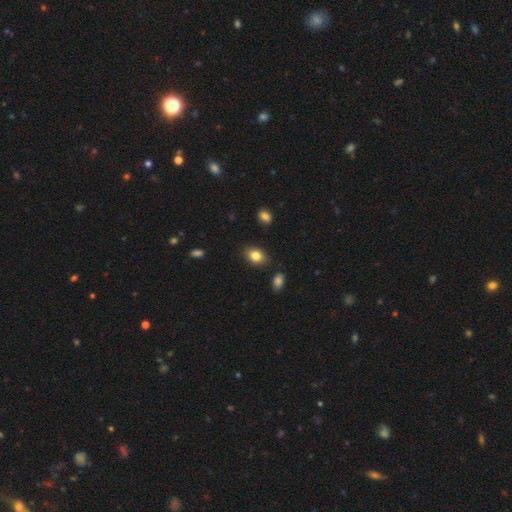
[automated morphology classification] type=smooth (84%); roundness=in between (71%); merging=none (85%).